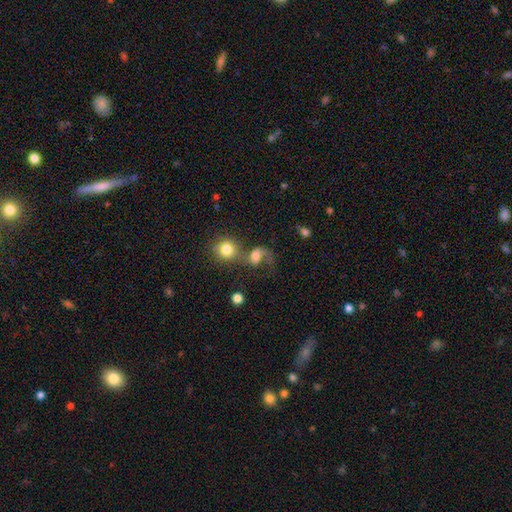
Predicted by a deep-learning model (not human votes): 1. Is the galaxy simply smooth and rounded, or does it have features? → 48% smooth, 39% featured or disk, 13% star or artifact.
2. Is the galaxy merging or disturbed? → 43% merger, 26% none, 19% major disturbance, 12% minor disturbance.